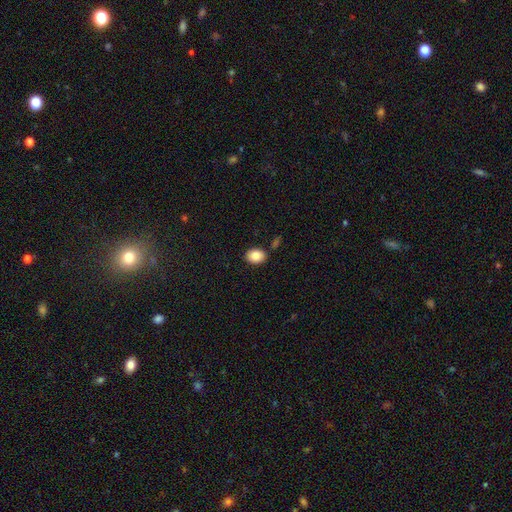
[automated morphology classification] Smooth or featured?
  - smooth: 87% *
  - star or artifact: 8%
  - featured or disk: 5%
How rounded?
  - in between: 71% *
  - round: 28%
  - cigar-shaped: 1%
Merging?
  - none: 82% *
  - minor disturbance: 10%
  - merger: 5%
  - major disturbance: 3%